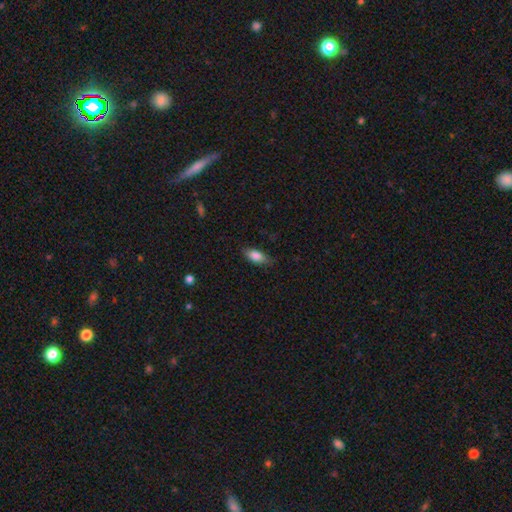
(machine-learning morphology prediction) smooth 82%, featured or disk 11%, star or artifact 7%. Down the decision tree: how rounded — in between (83%); merging — none (76%).